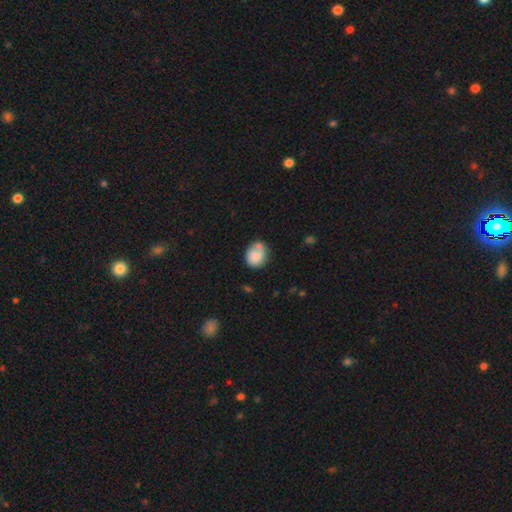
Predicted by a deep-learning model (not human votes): Morphology: type=smooth (77%); roundness=round (61%); merging=none (48%).